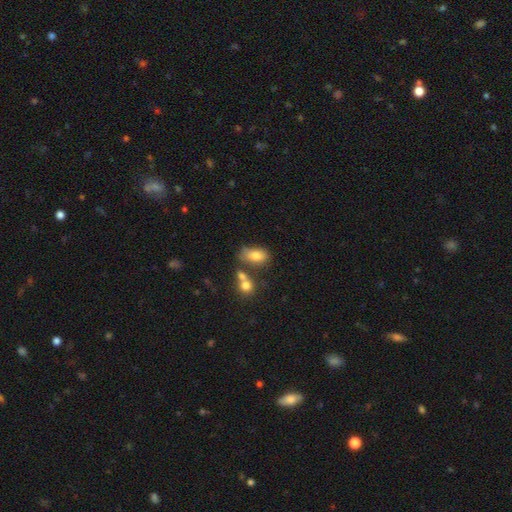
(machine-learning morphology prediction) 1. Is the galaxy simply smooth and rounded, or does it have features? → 77% smooth, 14% featured or disk, 9% star or artifact.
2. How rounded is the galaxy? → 87% in between, 9% round, 3% cigar-shaped.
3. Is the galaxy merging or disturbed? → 48% none, 25% merger, 20% minor disturbance, 8% major disturbance.